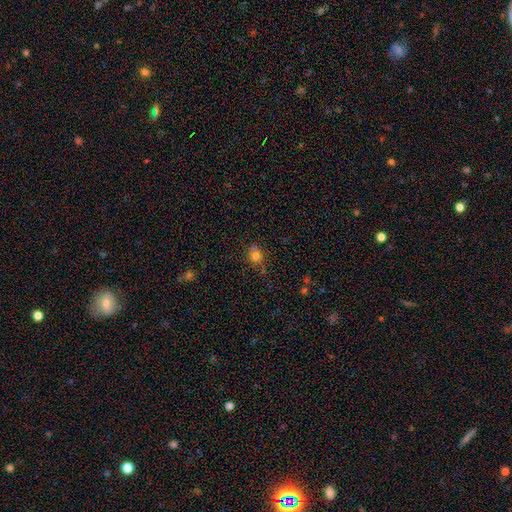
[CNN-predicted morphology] smooth 77%, star or artifact 14%, featured or disk 8%. Down the decision tree: how rounded — round (77%); merging — none (64%).